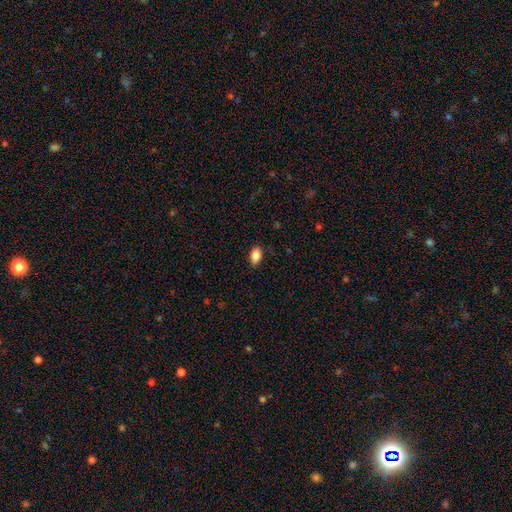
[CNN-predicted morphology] A smooth galaxy with no disk features (87%) that is in between round and cigar-shaped (89%). Merging: none (85%).